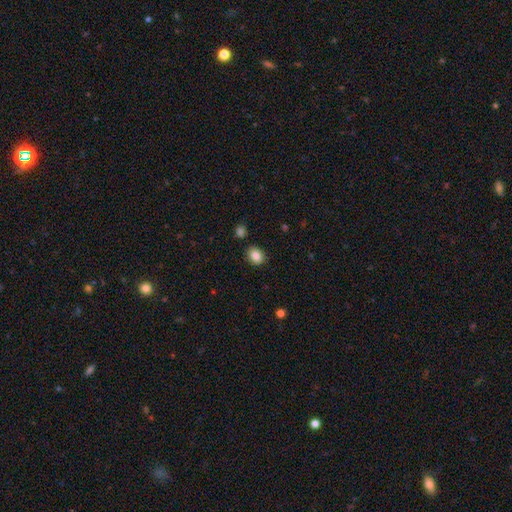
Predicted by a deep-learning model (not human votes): Smooth or featured? smooth (86%)
How rounded? in between (56%)
Merging? none (85%)